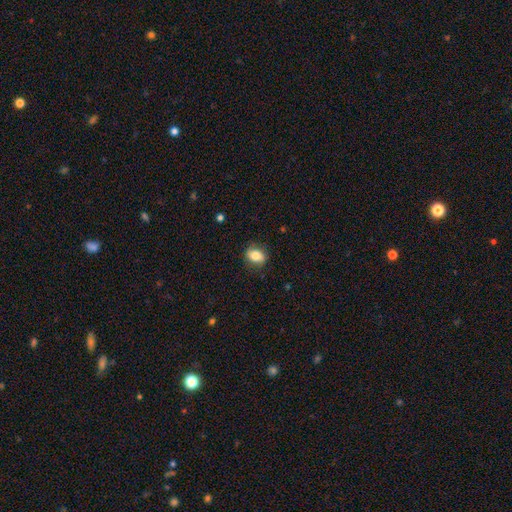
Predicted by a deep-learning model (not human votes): smooth-or-featured: smooth: 79% | featured or disk: 13% | star or artifact: 8%
  how-rounded: in between: 67% | round: 31% | cigar-shaped: 2%
  merging: none: 83% | minor disturbance: 13% | major disturbance: 3% | merger: 1%